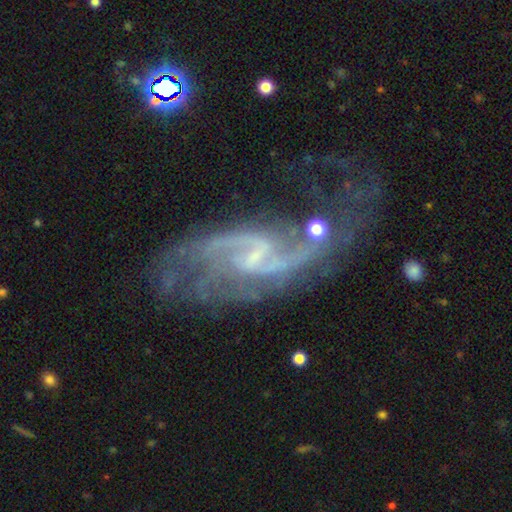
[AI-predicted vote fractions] A featured or disk galaxy (88%) with a weak bar (54%), 2 (68%) loose (52%) spiral arms (94%) and a small central bulge (61%). Merging: none (47%).